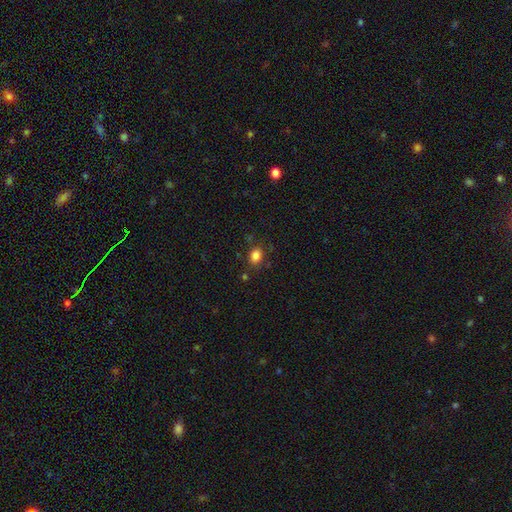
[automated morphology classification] This appears to be a smooth galaxy with no disk features (83%) that is in between round and cigar-shaped (67%). Merging: none (79%).